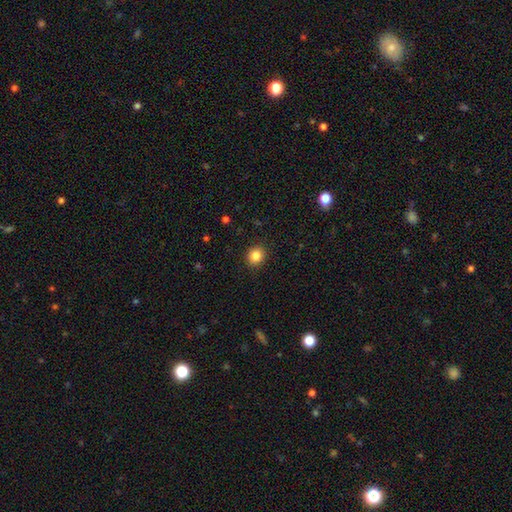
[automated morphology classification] Overall: smooth (84%). How rounded: round (79%). Merging: none (91%).